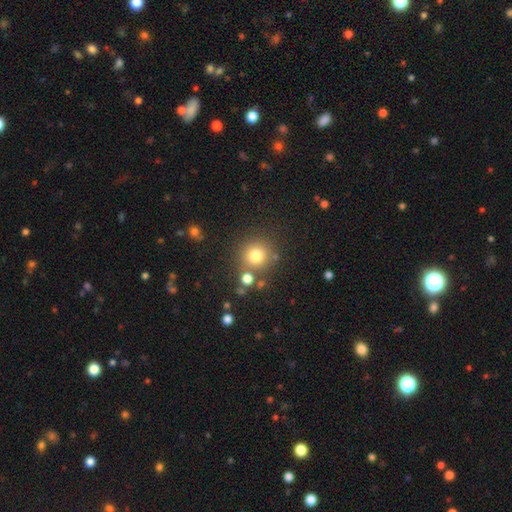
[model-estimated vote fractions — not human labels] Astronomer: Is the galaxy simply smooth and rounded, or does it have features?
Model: smooth — 77%.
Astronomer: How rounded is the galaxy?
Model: round — 92%.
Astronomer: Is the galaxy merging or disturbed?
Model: none — 77%.